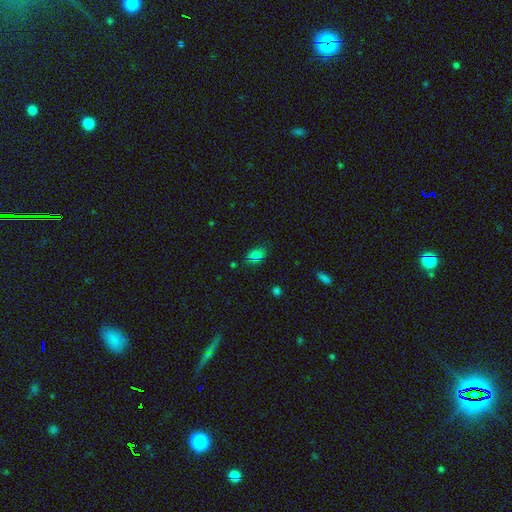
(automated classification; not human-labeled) smooth 77%, star or artifact 16%, featured or disk 7%. Down the decision tree: how rounded — in between (86%); merging — none (78%).